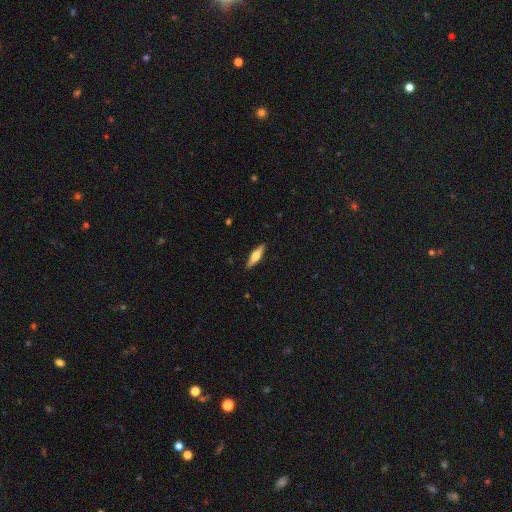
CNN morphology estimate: Overall: featured or disk (56%; smooth 38%). Edge-on disk: yes (95%). Edge-on bulge: rounded (92%). Merging: none (90%).